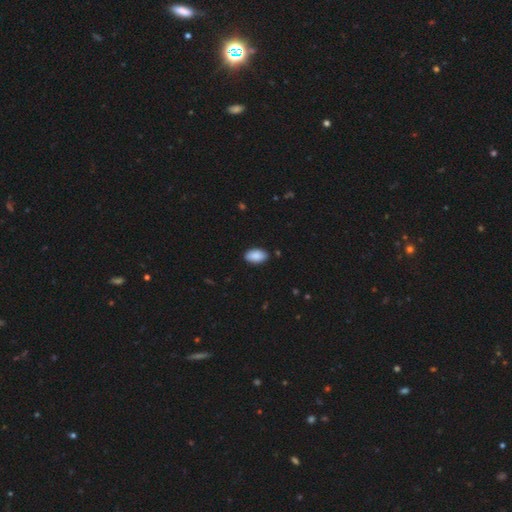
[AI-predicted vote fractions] Overall: smooth (89%). How rounded: in between (94%). Merging: none (87%).